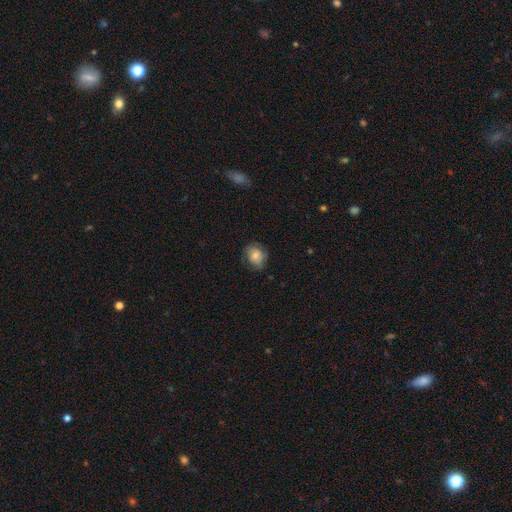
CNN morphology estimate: A smooth galaxy with no disk features (62%) that is round (60%).

Vote fractions:
- Smooth or featured? smooth: 62% / featured or disk: 30% / star or artifact: 9%
- How rounded? round: 60% / in between: 39% / cigar-shaped: 1%
- Merging? none: 68% / minor disturbance: 23% / major disturbance: 8% / merger: 1%